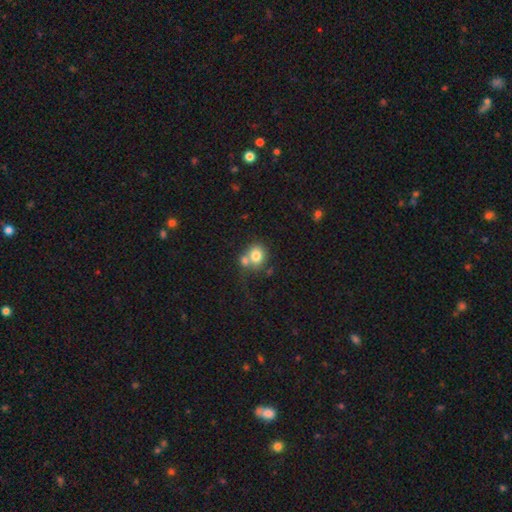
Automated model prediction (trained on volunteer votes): The model was most divided on "merging": none: 44%, merger: 41%, minor disturbance: 10%, major disturbance: 5%. More confident: smooth or featured — smooth (77%); how rounded — round (75%).